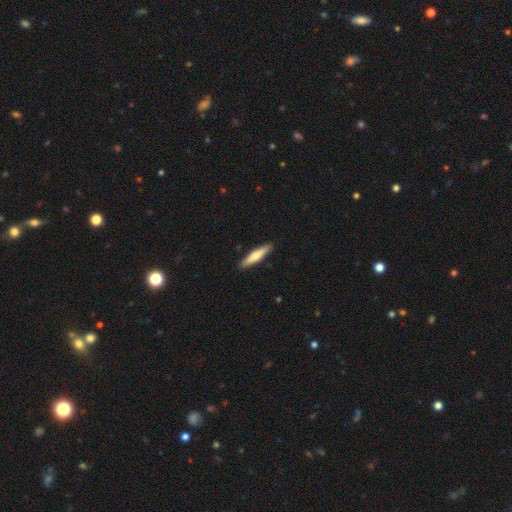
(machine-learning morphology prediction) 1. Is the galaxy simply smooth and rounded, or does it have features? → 62% smooth, 33% featured or disk, 5% star or artifact.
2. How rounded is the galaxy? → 83% cigar-shaped, 15% in between, 1% round.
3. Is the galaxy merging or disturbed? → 90% none, 7% minor disturbance, 1% major disturbance, 1% merger.